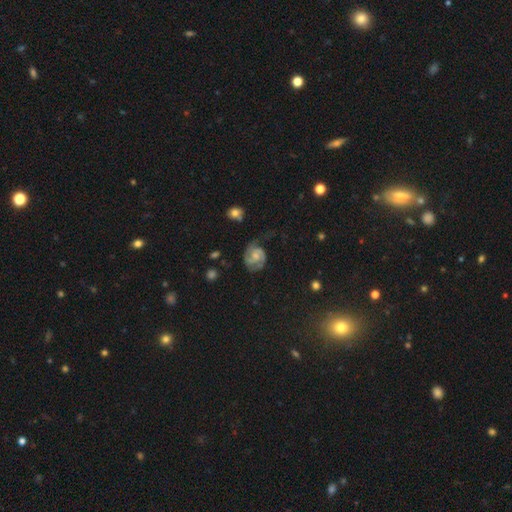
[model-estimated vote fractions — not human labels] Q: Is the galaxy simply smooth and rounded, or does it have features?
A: featured or disk — 77%.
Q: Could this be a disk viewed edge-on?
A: no — 98%.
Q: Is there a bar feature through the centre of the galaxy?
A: no — 59%.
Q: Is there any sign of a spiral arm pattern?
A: yes — 94%.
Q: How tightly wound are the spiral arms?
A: medium — 44%.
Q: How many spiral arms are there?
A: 2 — 73%.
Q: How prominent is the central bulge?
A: small — 43%, tied with moderate.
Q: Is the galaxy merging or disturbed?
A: none — 55%.